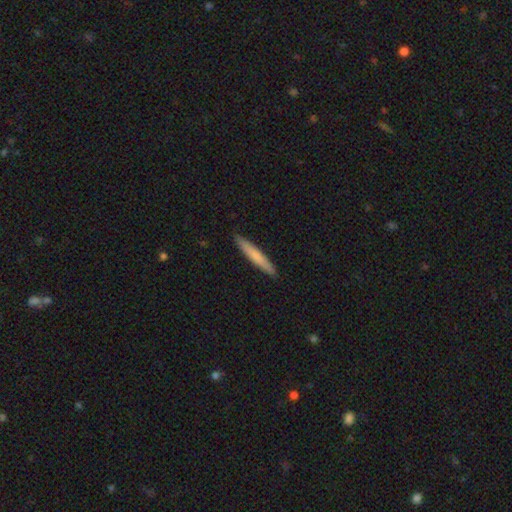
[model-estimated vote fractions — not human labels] smooth_or_featured: smooth (p=0.72) [alt: featured or disk p=0.23]
how_rounded: cigar-shaped (p=0.95) [alt: in between p=0.04]
merging: none (p=0.91) [alt: minor disturbance p=0.06]